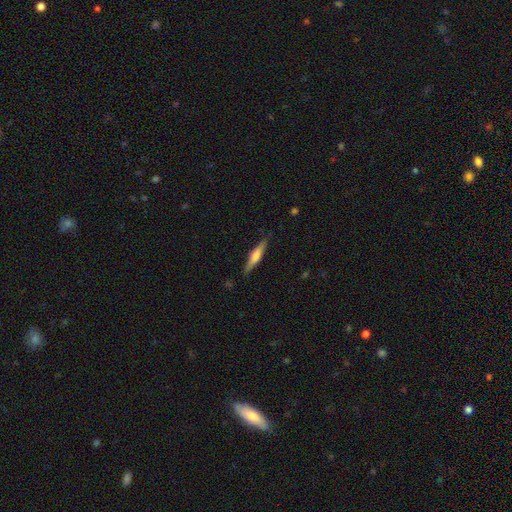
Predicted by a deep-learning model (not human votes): Overall: smooth (49%; featured or disk 45%). Merging: none (86%).